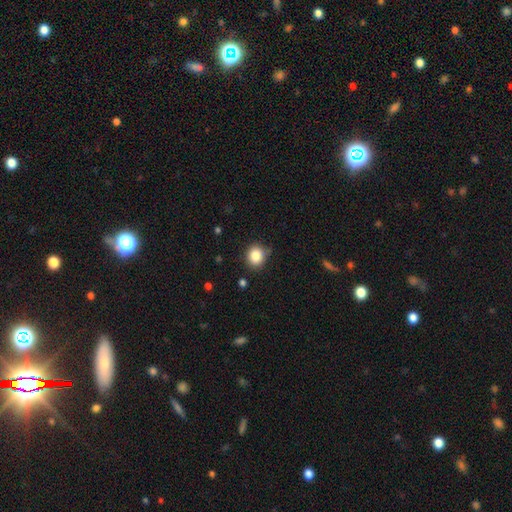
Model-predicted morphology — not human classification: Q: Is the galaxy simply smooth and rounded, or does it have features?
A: smooth — 85%.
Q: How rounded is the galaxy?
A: round — 76%.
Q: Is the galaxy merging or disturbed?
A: none — 78%.